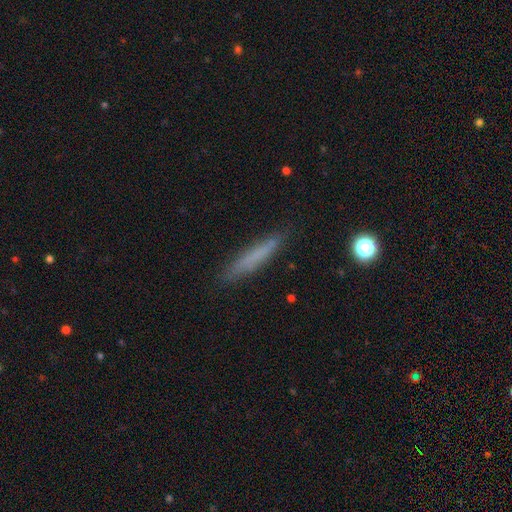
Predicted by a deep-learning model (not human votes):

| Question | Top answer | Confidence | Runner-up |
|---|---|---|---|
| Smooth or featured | smooth | 66% | featured or disk (25%) |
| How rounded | cigar-shaped | 93% | in between (6%) |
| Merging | none | 85% | minor disturbance (11%) |